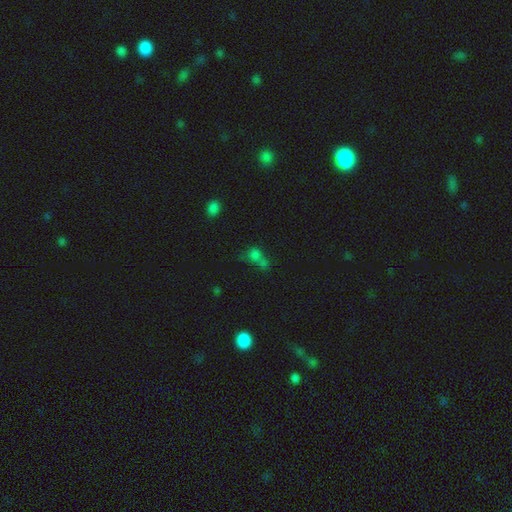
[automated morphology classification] Q: Smooth or featured?
A: smooth (65%); runner-up: star or artifact (24%)
Q: How rounded?
A: round (63%); runner-up: in between (34%)
Q: Merging?
A: merger (52%); runner-up: none (30%)